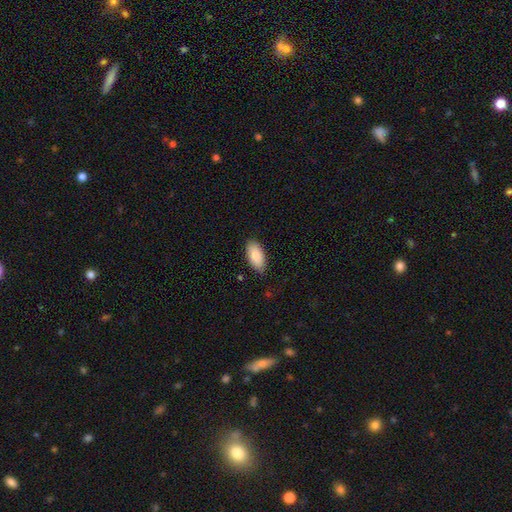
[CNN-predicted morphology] smooth_or_featured: smooth (p=0.89) [alt: star or artifact p=0.06]
how_rounded: in between (p=0.92) [alt: cigar-shaped p=0.06]
merging: none (p=0.85) [alt: minor disturbance p=0.11]